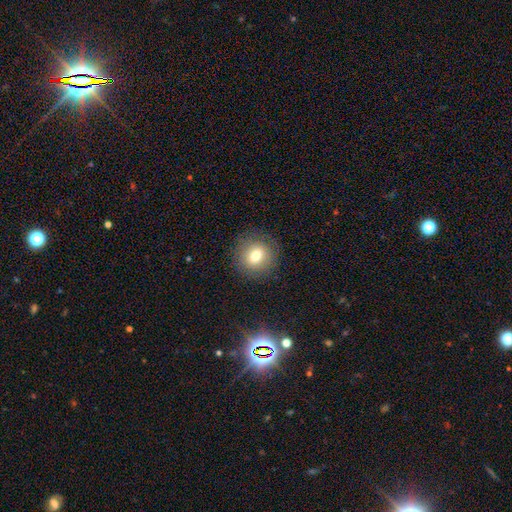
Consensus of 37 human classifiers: Q: Smooth or featured?
A: smooth (78%); runner-up: featured or disk (16%)
Q: How rounded?
A: round (97%); runner-up: in between (3%)
Q: Merging?
A: none (86%); runner-up: major disturbance (9%)